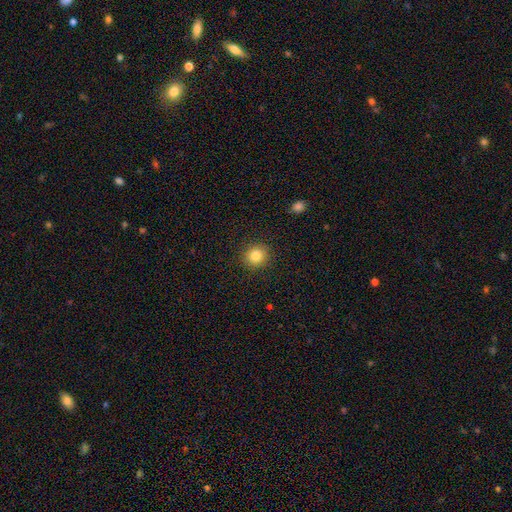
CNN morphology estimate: The model was most divided on "smooth or featured": smooth: 83%, star or artifact: 11%, featured or disk: 6%. More confident: merging — none (91%); how rounded — round (90%).